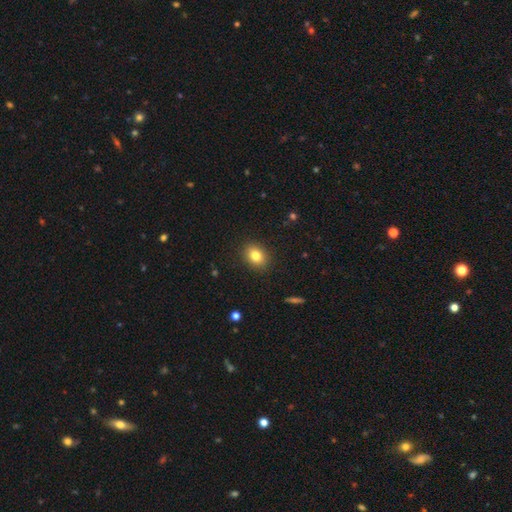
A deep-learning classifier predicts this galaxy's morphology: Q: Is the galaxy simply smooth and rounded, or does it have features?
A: smooth — 81%.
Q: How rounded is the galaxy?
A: in between — 55%.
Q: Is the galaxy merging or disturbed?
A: none — 89%.